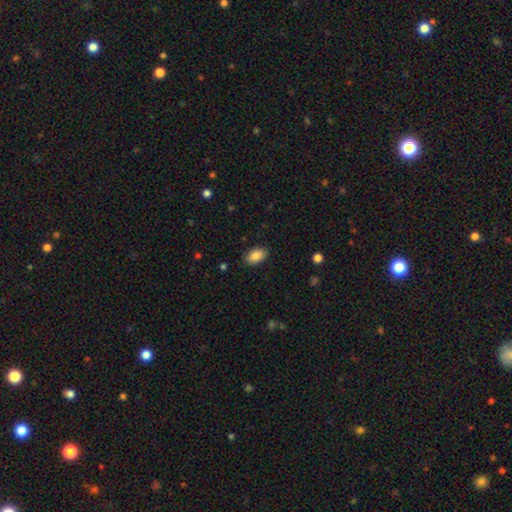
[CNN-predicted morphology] The model was most divided on "merging": none: 87%, minor disturbance: 10%, major disturbance: 3%, merger: 1%. More confident: how rounded — in between (90%); smooth or featured — smooth (87%).